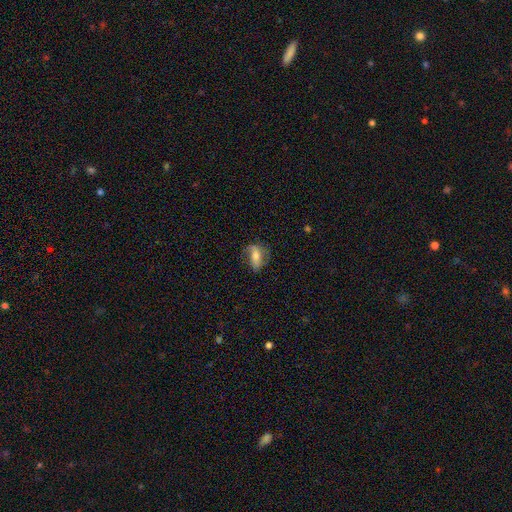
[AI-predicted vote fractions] This appears to be a smooth galaxy with no disk features (51%) that is in between round and cigar-shaped (77%). Merging: none (61%).